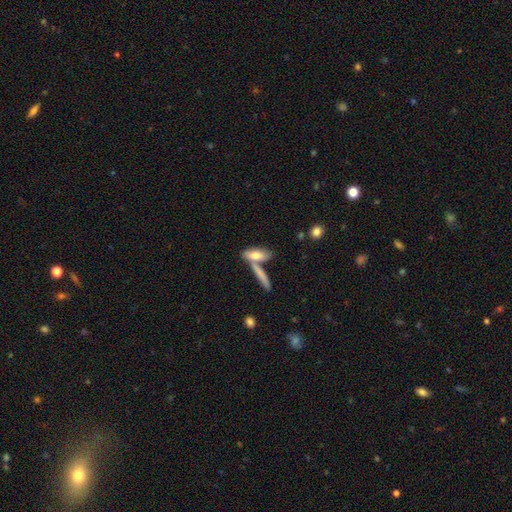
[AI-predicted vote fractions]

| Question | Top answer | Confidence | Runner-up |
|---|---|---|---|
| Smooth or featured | smooth | 70% | featured or disk (24%) |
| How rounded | in between | 55% | cigar-shaped (41%) |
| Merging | none | 50% | merger (34%) |